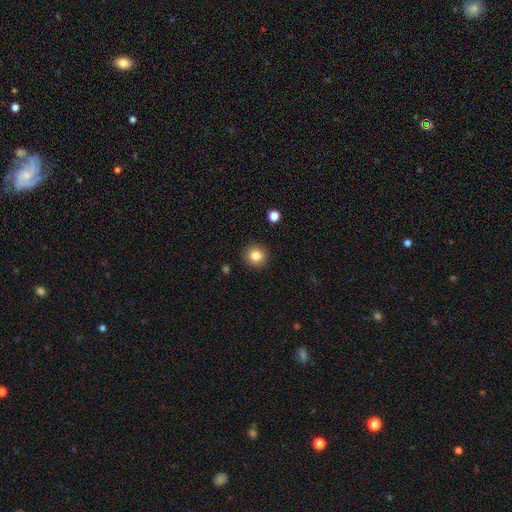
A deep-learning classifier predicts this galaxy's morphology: The model was most divided on "smooth or featured": smooth: 84%, star or artifact: 10%, featured or disk: 6%. More confident: how rounded — round (93%); merging — none (91%).